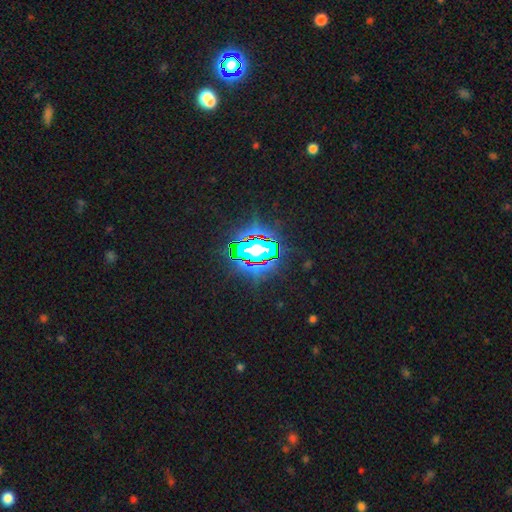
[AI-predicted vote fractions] Smooth or featured?
  - star or artifact: 83% *
  - smooth: 10%
  - featured or disk: 7%